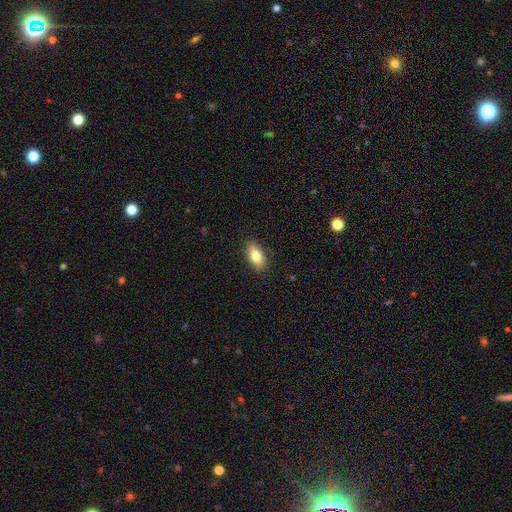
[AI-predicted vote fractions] smooth-or-featured: smooth: 80% | featured or disk: 13% | star or artifact: 7%
  how-rounded: in between: 88% | cigar-shaped: 8% | round: 4%
  merging: none: 88% | minor disturbance: 9% | major disturbance: 2% | merger: 1%